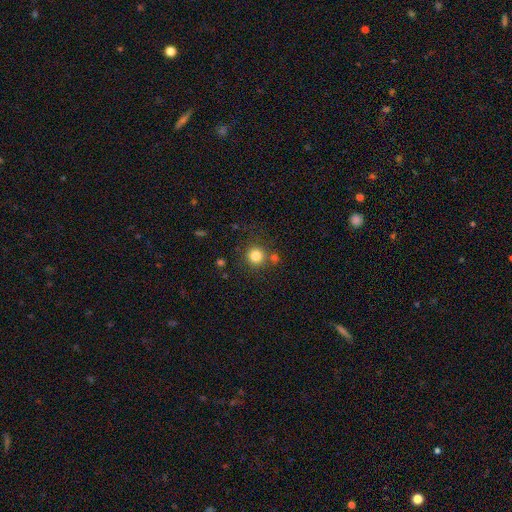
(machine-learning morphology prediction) Smooth or featured? smooth (83%)
How rounded? round (93%)
Merging? none (78%)